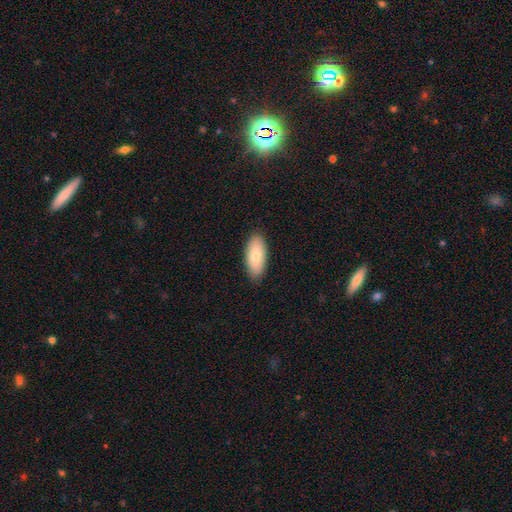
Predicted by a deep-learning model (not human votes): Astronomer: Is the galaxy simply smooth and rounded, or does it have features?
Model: smooth — 79%.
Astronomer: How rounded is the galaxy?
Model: in between — 88%.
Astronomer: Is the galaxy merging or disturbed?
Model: none — 87%.